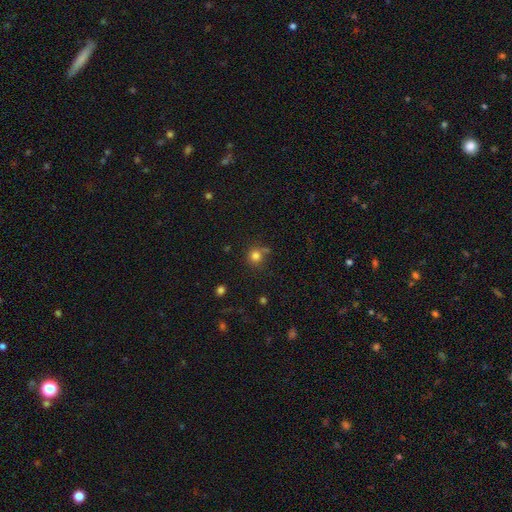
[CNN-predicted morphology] Smooth or featured? Predicted: smooth (p=0.80). How rounded? Predicted: round (p=0.90). Merging? Predicted: none (p=0.69).